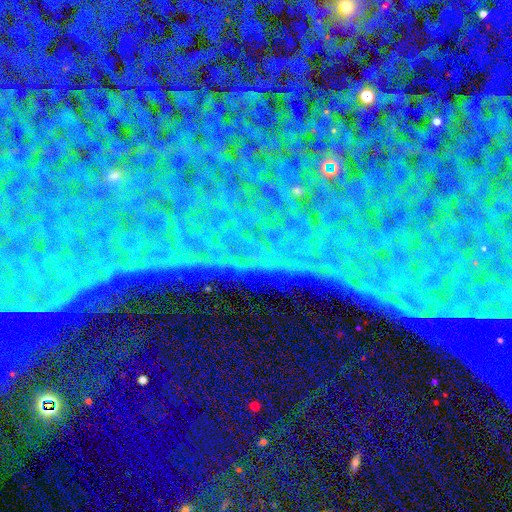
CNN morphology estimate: star or artifact 86%, featured or disk 8%, smooth 7%.